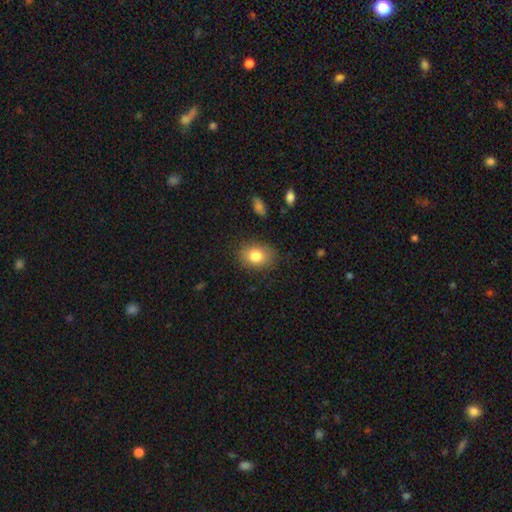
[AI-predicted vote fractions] Q: Smooth or featured?
A: smooth (81%); runner-up: featured or disk (10%)
Q: How rounded?
A: in between (67%); runner-up: round (32%)
Q: Merging?
A: none (84%); runner-up: minor disturbance (12%)